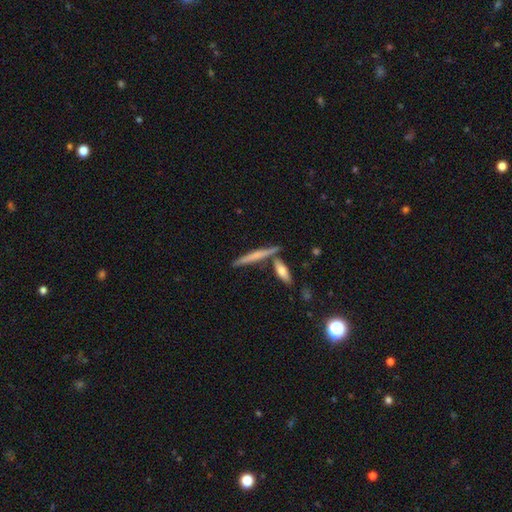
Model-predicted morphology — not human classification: Smooth or featured? Predicted: smooth (p=0.47). Merging? Predicted: none (p=0.73).